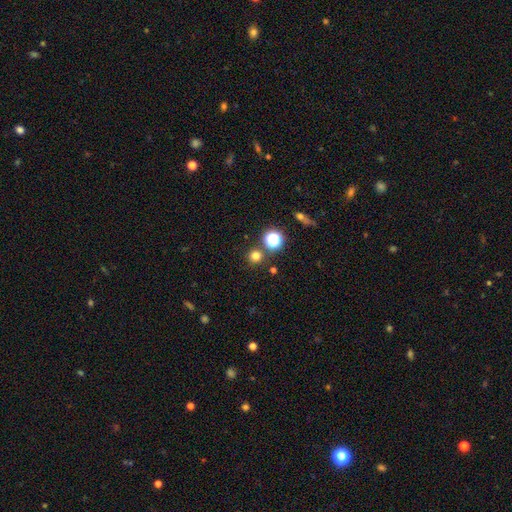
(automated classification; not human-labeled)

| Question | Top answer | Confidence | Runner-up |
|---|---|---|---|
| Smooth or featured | smooth | 74% | star or artifact (20%) |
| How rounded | round | 94% | in between (5%) |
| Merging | none | 85% | merger (7%) |